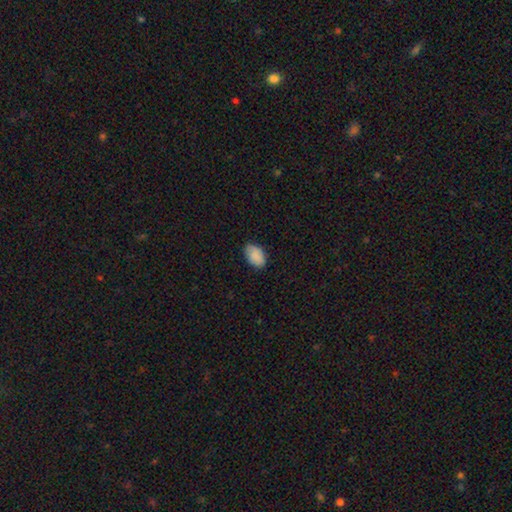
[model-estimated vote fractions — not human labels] This appears to be a smooth galaxy with no disk features (89%) that is in between round and cigar-shaped (91%). Merging: none (83%).